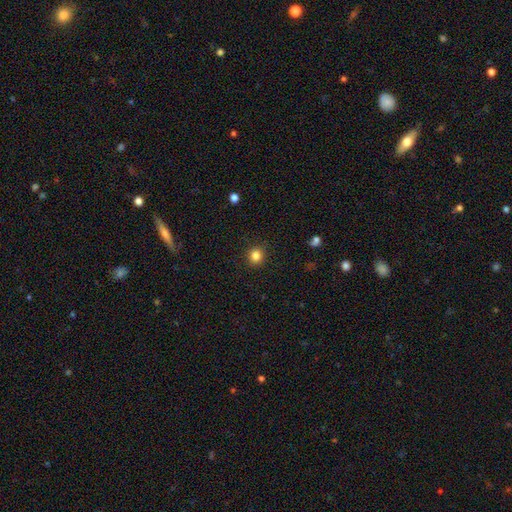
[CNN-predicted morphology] Smooth or featured? smooth (84%)
How rounded? round (89%)
Merging? none (91%)